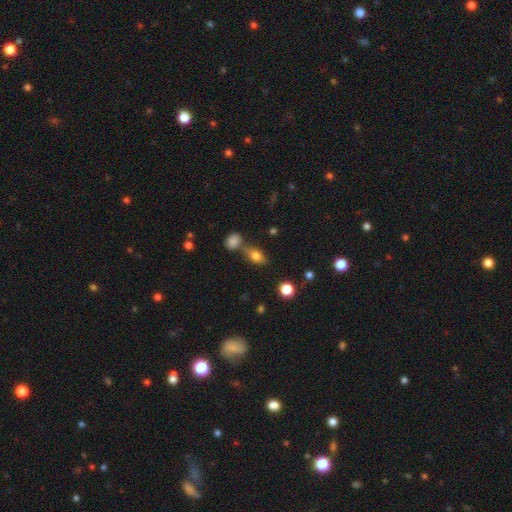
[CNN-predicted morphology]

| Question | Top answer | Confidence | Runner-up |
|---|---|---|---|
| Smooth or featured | smooth | 74% | featured or disk (16%) |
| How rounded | in between | 82% | round (11%) |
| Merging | none | 62% | merger (20%) |